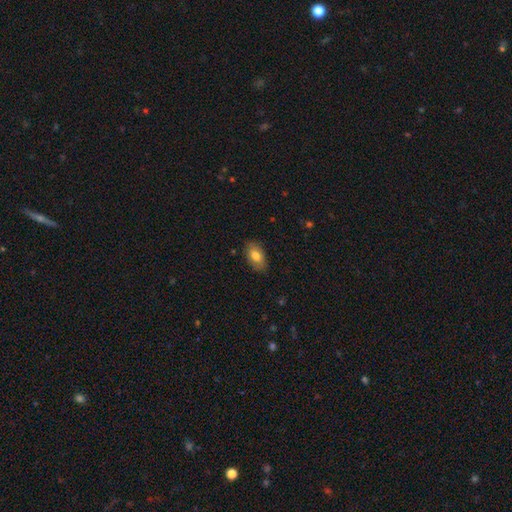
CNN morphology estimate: The model was most divided on "smooth or featured": smooth: 79%, featured or disk: 14%, star or artifact: 7%. More confident: how rounded — in between (92%); merging — none (84%).